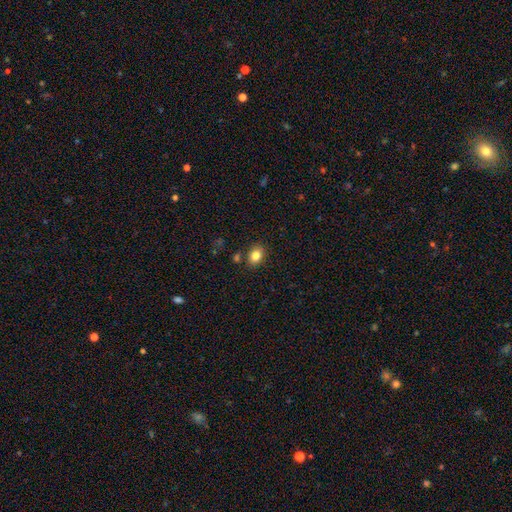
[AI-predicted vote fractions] Smooth or featured: smooth — 83% (star or artifact — 10%)
How rounded: in between — 60% (round — 39%)
Merging: none — 82% (minor disturbance — 10%)